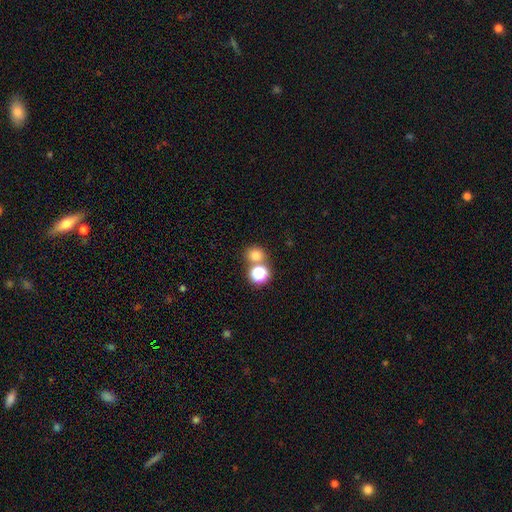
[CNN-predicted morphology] A smooth galaxy with no disk features (74%) that is round (82%).

Vote fractions:
- Smooth or featured? smooth: 74% / star or artifact: 19% / featured or disk: 7%
- How rounded? round: 82% / in between: 17% / cigar-shaped: 1%
- Merging? none: 59% / merger: 31% / minor disturbance: 7% / major disturbance: 3%